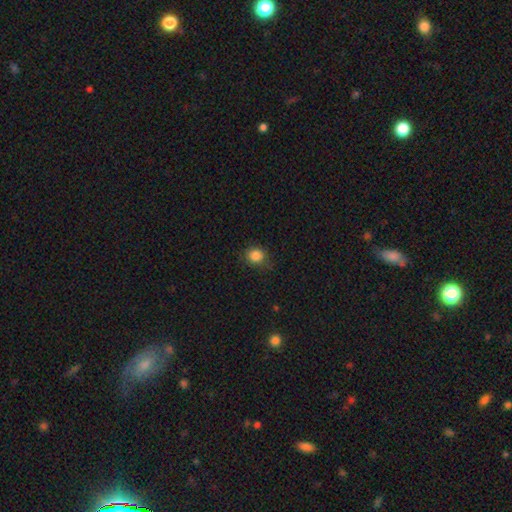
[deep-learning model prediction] smooth_or_featured: smooth (p=0.84) [alt: star or artifact p=0.11]
how_rounded: round (p=0.87) [alt: in between p=0.12]
merging: none (p=0.81) [alt: minor disturbance p=0.14]